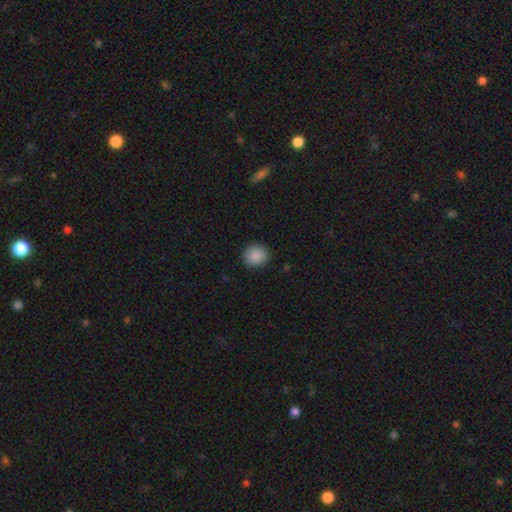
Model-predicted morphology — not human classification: Smooth or featured?
  - smooth: 89% *
  - star or artifact: 8%
  - featured or disk: 3%
How rounded?
  - round: 87% *
  - in between: 12%
  - cigar-shaped: 1%
Merging?
  - none: 90% *
  - minor disturbance: 7%
  - major disturbance: 2%
  - merger: 1%